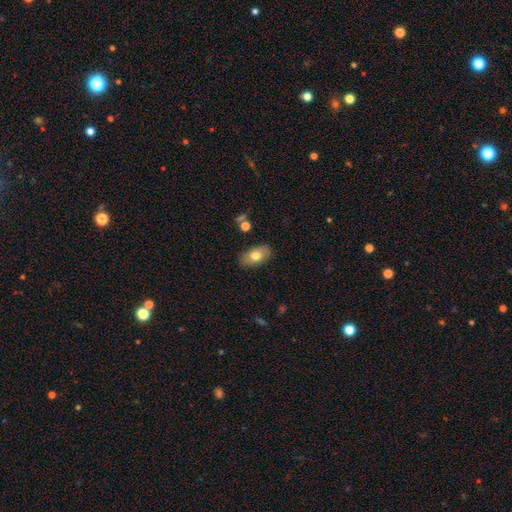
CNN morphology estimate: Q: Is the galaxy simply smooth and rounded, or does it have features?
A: smooth — 72%.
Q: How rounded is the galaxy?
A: in between — 92%.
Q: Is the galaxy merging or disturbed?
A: none — 85%.